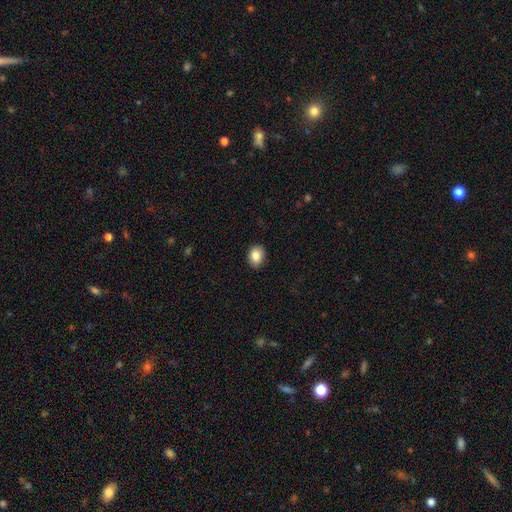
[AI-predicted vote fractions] A smooth galaxy with no disk features (85%) that is in between round and cigar-shaped (55%).

Vote fractions:
- Smooth or featured? smooth: 85% / star or artifact: 9% / featured or disk: 6%
- How rounded? in between: 55% / round: 44% / cigar-shaped: 1%
- Merging? none: 88% / minor disturbance: 10% / major disturbance: 2% / merger: 1%